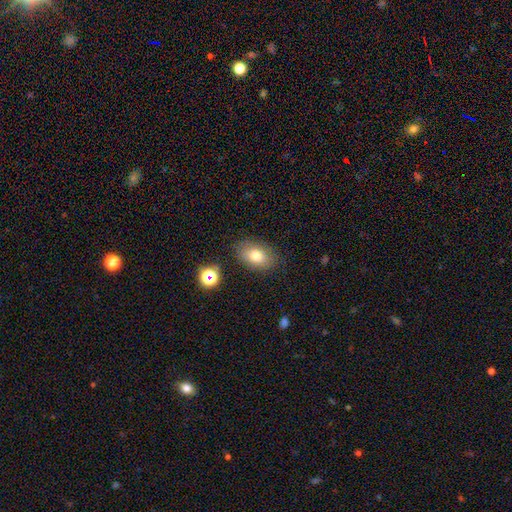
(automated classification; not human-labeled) Overall: smooth (77%). How rounded: in between (84%). Merging: none (82%).